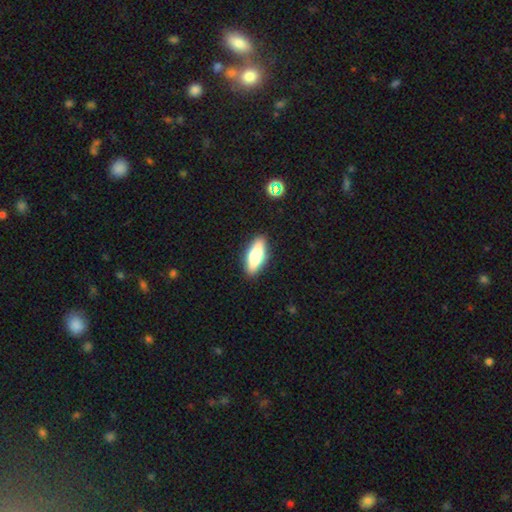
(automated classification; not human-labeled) This is likely a smooth galaxy (67%). How rounded: likely in between (67%). Merging: clearly none (89%).